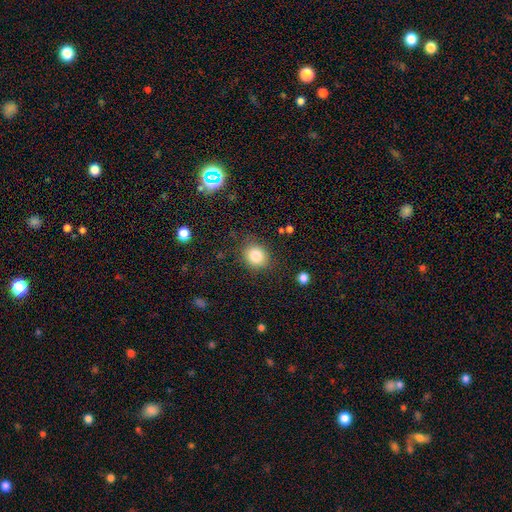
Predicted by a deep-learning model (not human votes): This appears to be a smooth galaxy with no disk features (83%) that is round (74%). Merging: none (83%).